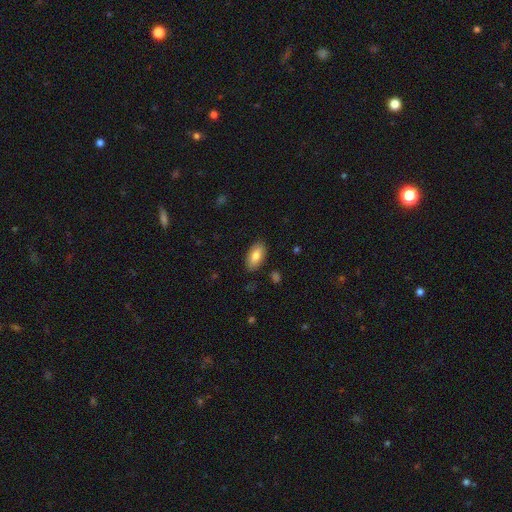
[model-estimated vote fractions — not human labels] A smooth galaxy with no disk features (81%) that is in between round and cigar-shaped (93%). Merging: none (86%).